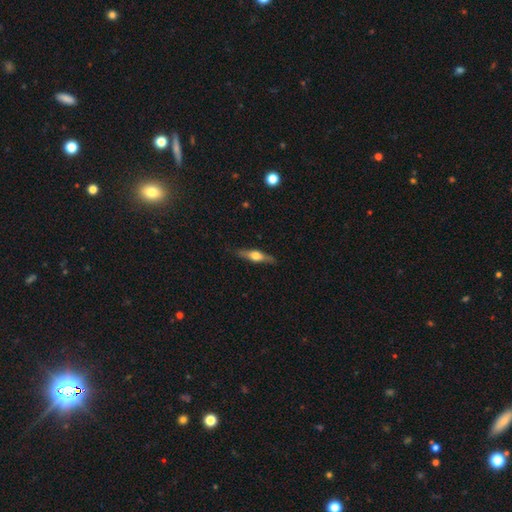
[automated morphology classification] smooth-or-featured: featured or disk: 61% | smooth: 33% | star or artifact: 6%
  disk-edge-on: yes: 95% | no: 5%
    edge-on-bulge: rounded: 93% | boxy: 5% | none: 2%
  merging: none: 86% | minor disturbance: 10% | major disturbance: 2% | merger: 1%